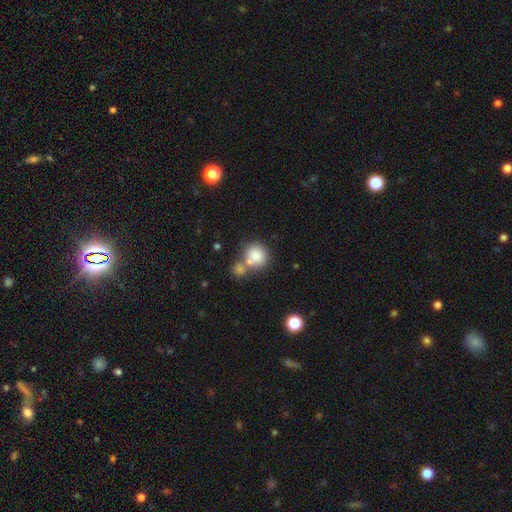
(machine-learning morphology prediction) This appears to be a smooth galaxy with no disk features (79%) that is round (84%). Merging: none (46%).